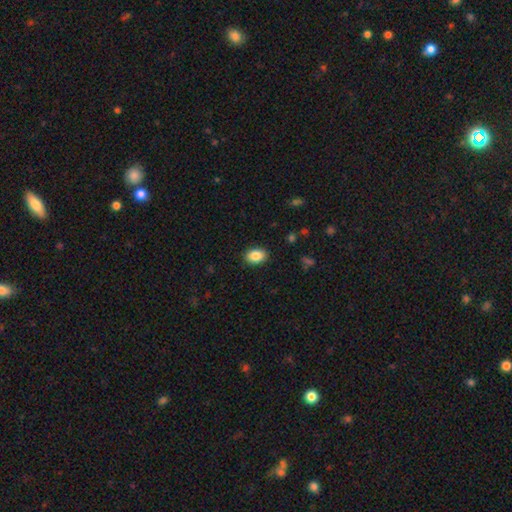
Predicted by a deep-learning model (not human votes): smooth 87%, star or artifact 8%, featured or disk 5%. Down the decision tree: how rounded — in between (82%); merging — none (89%).